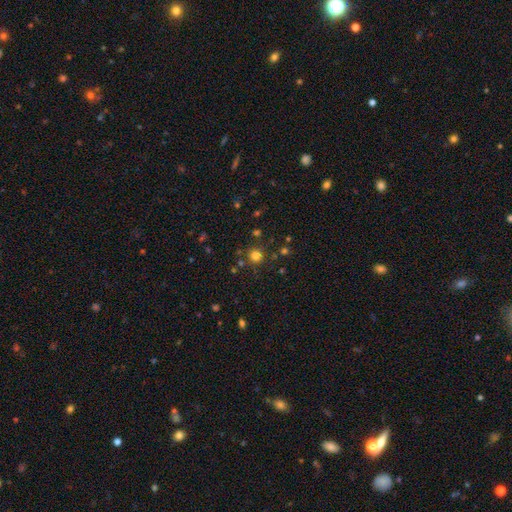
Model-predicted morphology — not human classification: Q: Smooth or featured?
A: smooth (78%); runner-up: star or artifact (17%)
Q: How rounded?
A: round (94%); runner-up: in between (5%)
Q: Merging?
A: none (84%); runner-up: minor disturbance (8%)